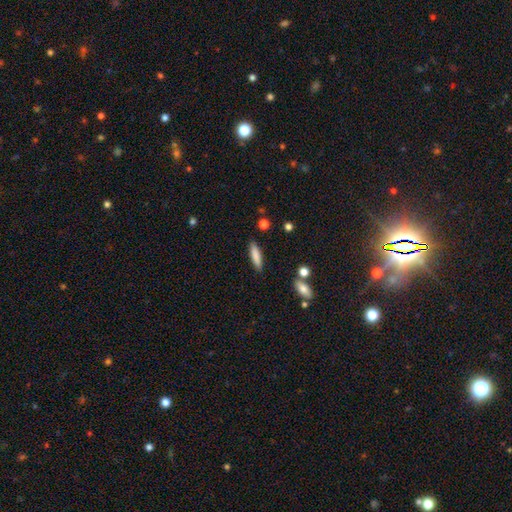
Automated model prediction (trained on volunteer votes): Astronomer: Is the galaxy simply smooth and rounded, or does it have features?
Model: smooth — 83%.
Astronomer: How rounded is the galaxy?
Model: cigar-shaped — 71%.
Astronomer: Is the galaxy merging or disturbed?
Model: none — 87%.